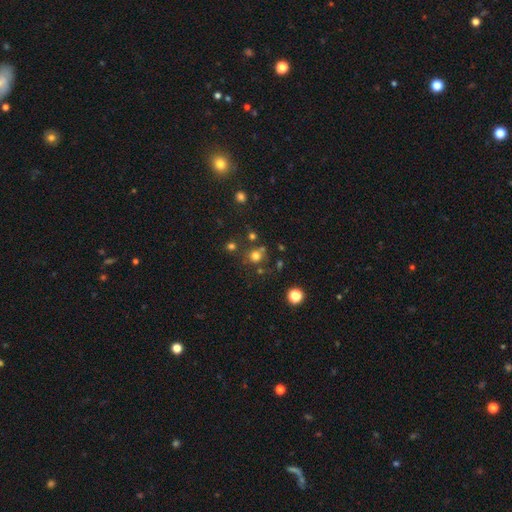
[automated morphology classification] smooth-or-featured: smooth: 70% | star or artifact: 21% | featured or disk: 8%
  how-rounded: round: 88% | in between: 11% | cigar-shaped: 1%
  merging: none: 68% | merger: 16% | minor disturbance: 11% | major disturbance: 5%